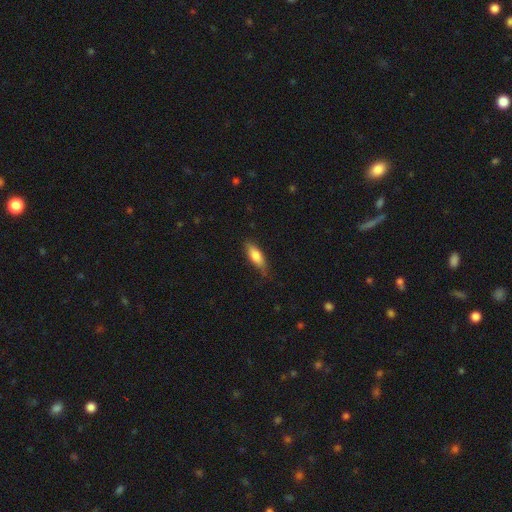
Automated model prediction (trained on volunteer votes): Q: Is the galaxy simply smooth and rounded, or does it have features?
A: smooth — 77%.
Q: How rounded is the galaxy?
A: in between — 57%.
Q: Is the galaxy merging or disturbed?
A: none — 77%.